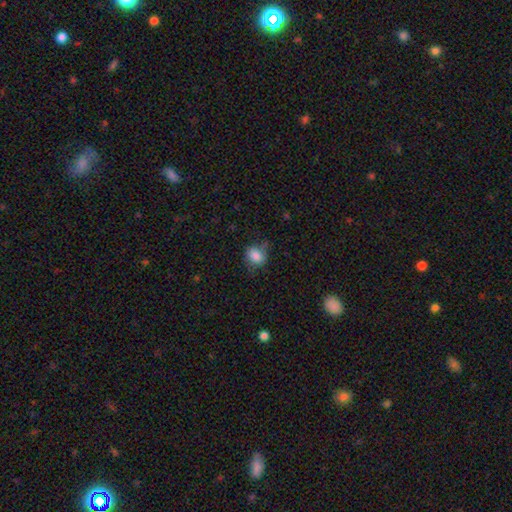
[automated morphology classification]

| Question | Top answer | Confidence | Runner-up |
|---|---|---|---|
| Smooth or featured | smooth | 83% | star or artifact (9%) |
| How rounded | round | 62% | in between (37%) |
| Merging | none | 66% | minor disturbance (25%) |